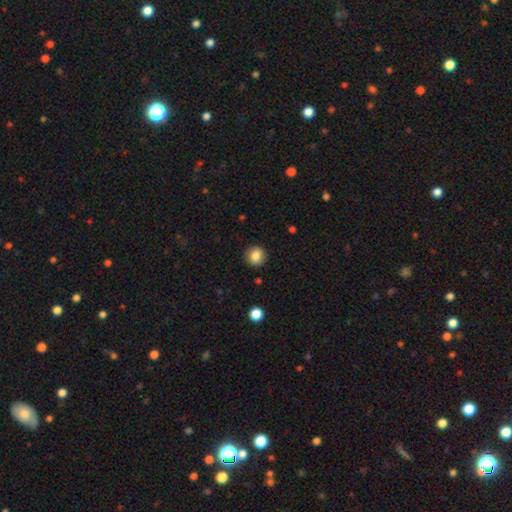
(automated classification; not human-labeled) Q: Smooth or featured?
A: smooth (85%); runner-up: star or artifact (10%)
Q: How rounded?
A: round (88%); runner-up: in between (11%)
Q: Merging?
A: none (90%); runner-up: minor disturbance (7%)